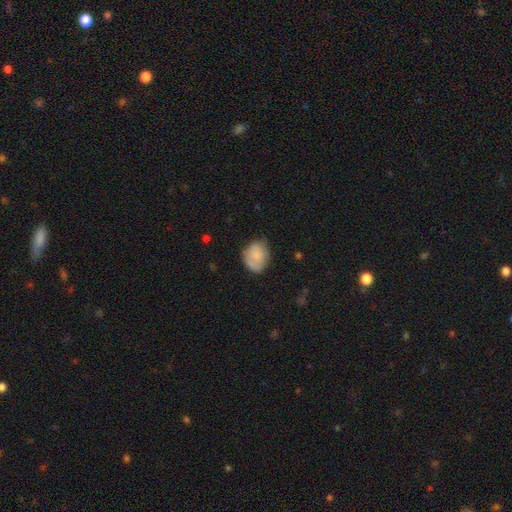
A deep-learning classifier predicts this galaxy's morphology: smooth-or-featured: smooth: 78% | featured or disk: 15% | star or artifact: 8%
  how-rounded: in between: 59% | round: 40% | cigar-shaped: 1%
  merging: none: 56% | minor disturbance: 32% | major disturbance: 9% | merger: 3%